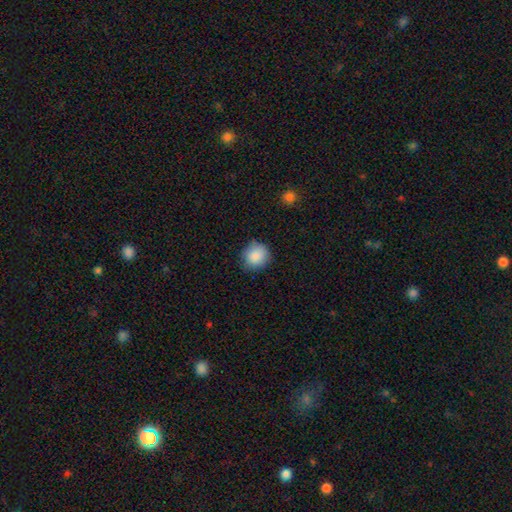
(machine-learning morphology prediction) This is clearly a smooth galaxy (88%). How rounded: clearly round (90%). Merging: clearly none (81%).